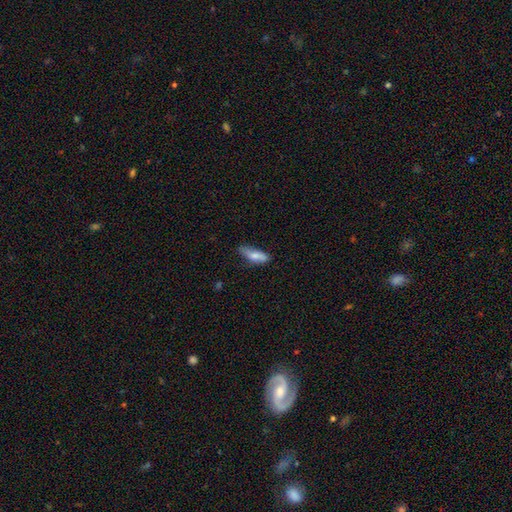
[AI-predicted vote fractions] Morphology: type=smooth (71%); roundness=in between (56%); merging=none (65%).